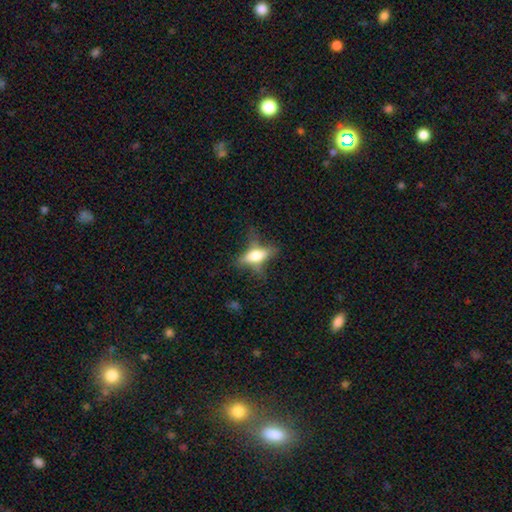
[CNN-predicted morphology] smooth 52%, featured or disk 38%, star or artifact 10%. Down the decision tree: how rounded — in between (65%); merging — none (50%).